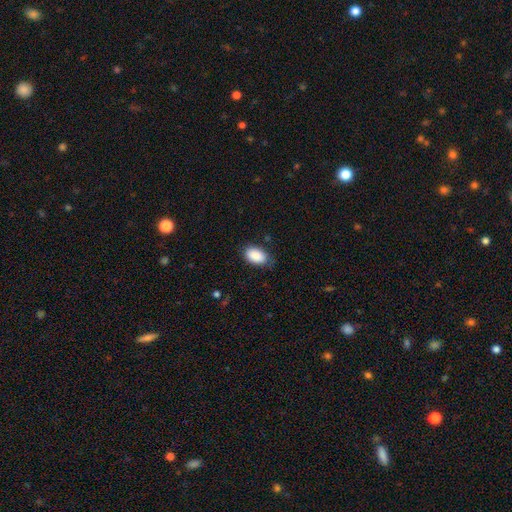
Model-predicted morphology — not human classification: The model was most divided on "merging": none: 75%, minor disturbance: 20%, major disturbance: 4%, merger: 1%. More confident: how rounded — in between (93%); smooth or featured — smooth (89%).